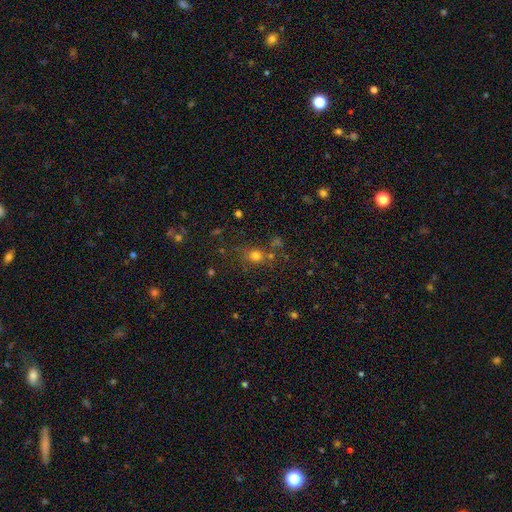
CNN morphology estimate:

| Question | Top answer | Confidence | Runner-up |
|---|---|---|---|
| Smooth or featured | smooth | 70% | star or artifact (21%) |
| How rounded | round | 79% | in between (19%) |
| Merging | none | 69% | minor disturbance (13%) |